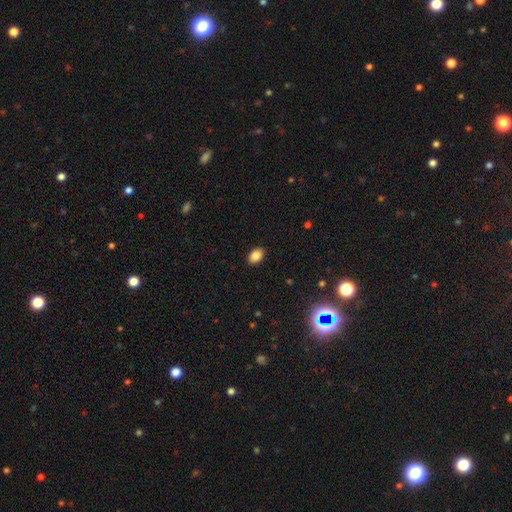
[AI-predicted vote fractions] Overall: smooth (86%). How rounded: in between (83%). Merging: none (90%).